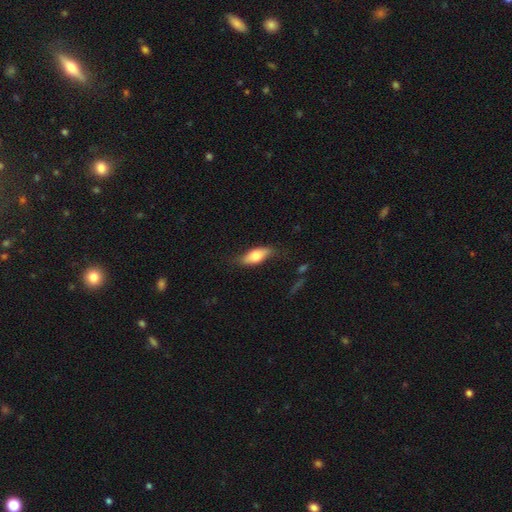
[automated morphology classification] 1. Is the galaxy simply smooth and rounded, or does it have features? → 69% smooth, 24% featured or disk, 6% star or artifact.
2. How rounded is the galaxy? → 76% in between, 20% cigar-shaped, 3% round.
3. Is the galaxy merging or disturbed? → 71% none, 21% minor disturbance, 6% major disturbance, 2% merger.